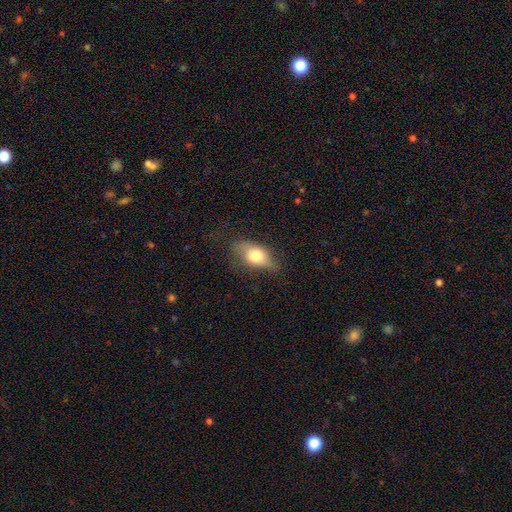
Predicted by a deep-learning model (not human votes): smooth 65%, featured or disk 27%, star or artifact 8%. Down the decision tree: how rounded — in between (82%); merging — none (60%).